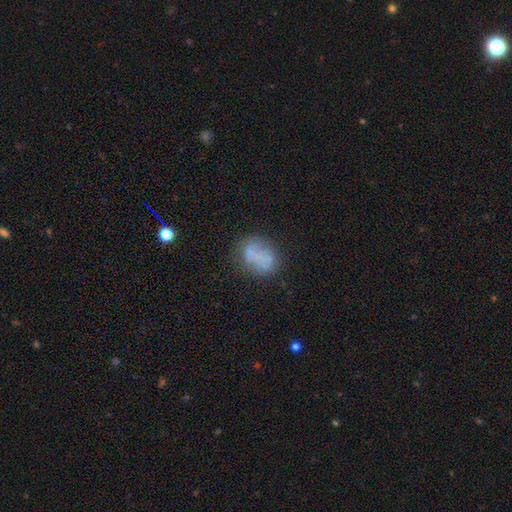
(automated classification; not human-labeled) smooth-or-featured: smooth: 63% | featured or disk: 24% | star or artifact: 13%
  how-rounded: in between: 67% | round: 30% | cigar-shaped: 2%
  merging: none: 57% | minor disturbance: 23% | major disturbance: 11% | merger: 9%